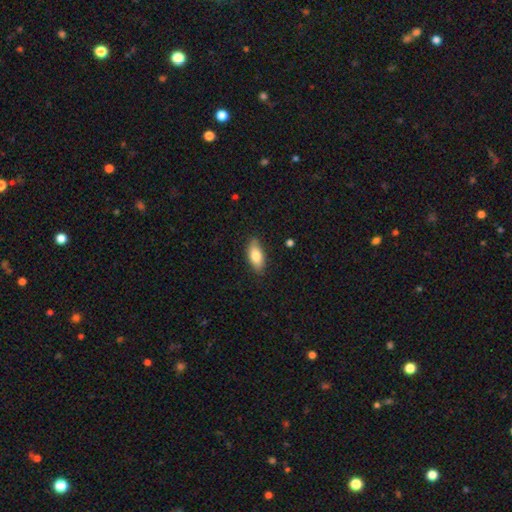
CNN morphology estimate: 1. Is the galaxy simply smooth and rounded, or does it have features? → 79% smooth, 15% featured or disk, 6% star or artifact.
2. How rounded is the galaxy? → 85% in between, 12% cigar-shaped, 3% round.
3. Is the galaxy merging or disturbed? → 86% none, 11% minor disturbance, 2% major disturbance, 1% merger.